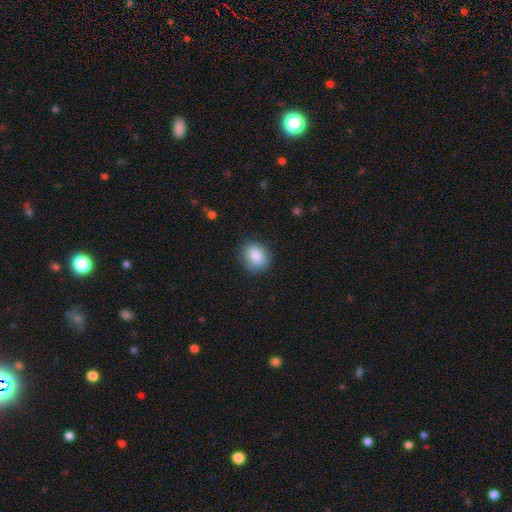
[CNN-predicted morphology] A smooth galaxy with no disk features (86%) that is in between round and cigar-shaped (52%).

Vote fractions:
- Smooth or featured? smooth: 86% / star or artifact: 8% / featured or disk: 6%
- How rounded? in between: 52% / round: 47% / cigar-shaped: 1%
- Merging? none: 80% / minor disturbance: 16% / major disturbance: 4% / merger: 1%